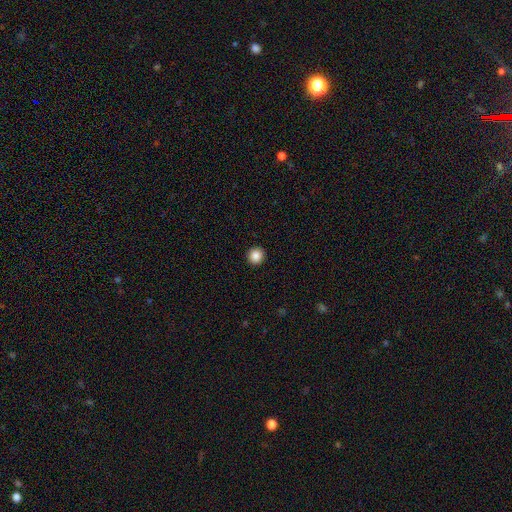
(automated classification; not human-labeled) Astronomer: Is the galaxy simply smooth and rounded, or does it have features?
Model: smooth — 86%.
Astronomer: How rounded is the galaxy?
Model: round — 95%.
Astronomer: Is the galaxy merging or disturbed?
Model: none — 94%.